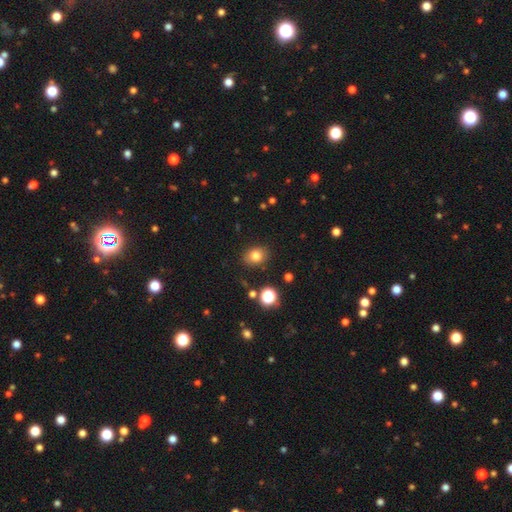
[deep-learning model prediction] Smooth or featured?
  - smooth: 79% *
  - star or artifact: 13%
  - featured or disk: 8%
How rounded?
  - round: 53% *
  - in between: 46%
  - cigar-shaped: 1%
Merging?
  - none: 86% *
  - minor disturbance: 10%
  - major disturbance: 3%
  - merger: 2%